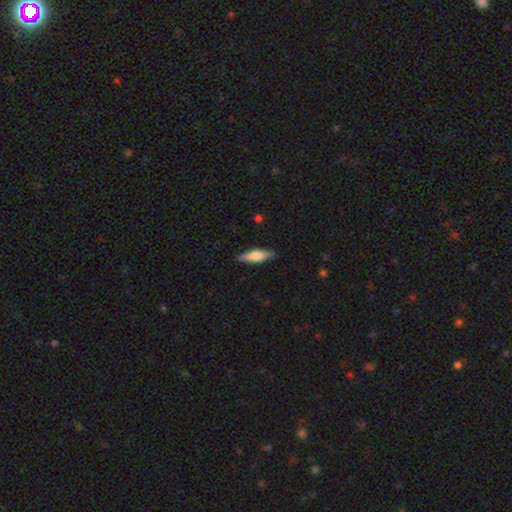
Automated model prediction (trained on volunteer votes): This appears to be a smooth galaxy with no disk features (50%). Merging: none (87%).